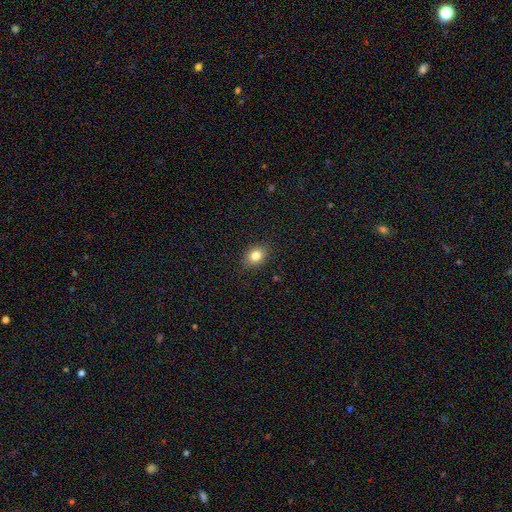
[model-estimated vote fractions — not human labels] A smooth galaxy with no disk features (82%) that is in between round and cigar-shaped (59%).

Vote fractions:
- Smooth or featured? smooth: 82% / star or artifact: 10% / featured or disk: 7%
- How rounded? in between: 59% / round: 39% / cigar-shaped: 1%
- Merging? none: 88% / minor disturbance: 9% / major disturbance: 2% / merger: 1%